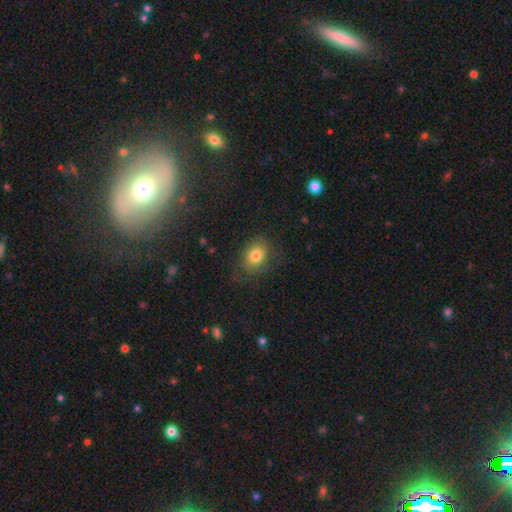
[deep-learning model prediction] Morphology: type=smooth (74%); roundness=in between (59%); merging=none (69%).